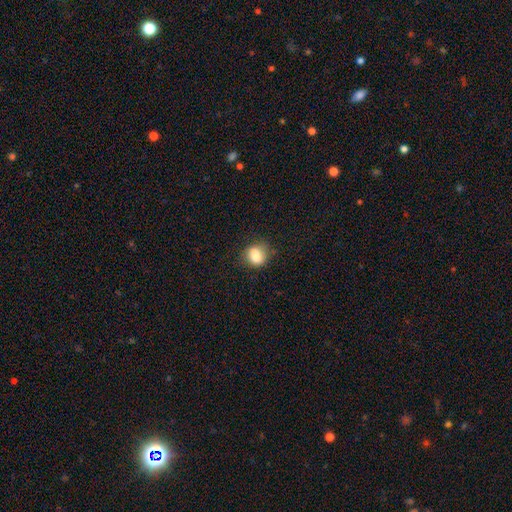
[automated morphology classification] A smooth galaxy with no disk features (80%) that is round (59%).

Vote fractions:
- Smooth or featured? smooth: 80% / featured or disk: 11% / star or artifact: 9%
- How rounded? round: 59% / in between: 39% / cigar-shaped: 2%
- Merging? none: 70% / minor disturbance: 21% / major disturbance: 6% / merger: 3%